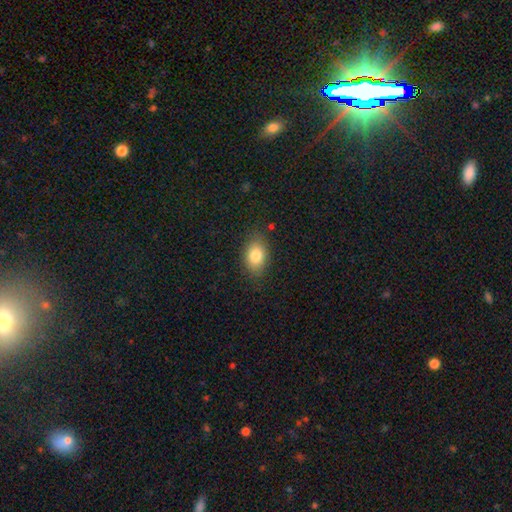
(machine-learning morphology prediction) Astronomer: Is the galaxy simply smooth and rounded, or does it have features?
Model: smooth — 82%.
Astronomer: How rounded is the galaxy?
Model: in between — 82%.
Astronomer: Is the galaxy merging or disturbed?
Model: none — 82%.